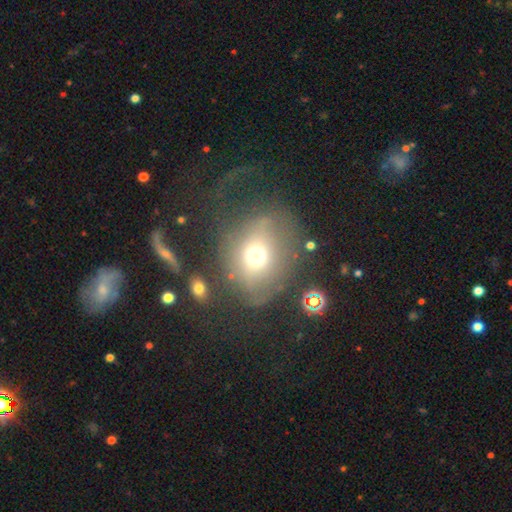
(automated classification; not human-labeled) smooth 56%, featured or disk 31%, star or artifact 13%. Down the decision tree: how rounded — round (63%); merging — none (38%).